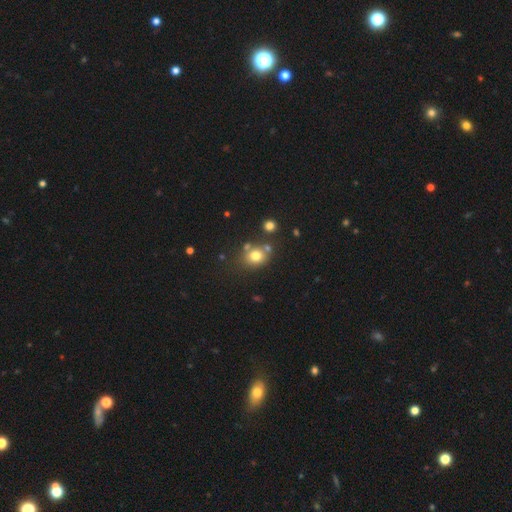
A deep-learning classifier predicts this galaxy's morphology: Q: Smooth or featured?
A: smooth (75%); runner-up: star or artifact (14%)
Q: How rounded?
A: round (69%); runner-up: in between (30%)
Q: Merging?
A: none (66%); runner-up: merger (17%)